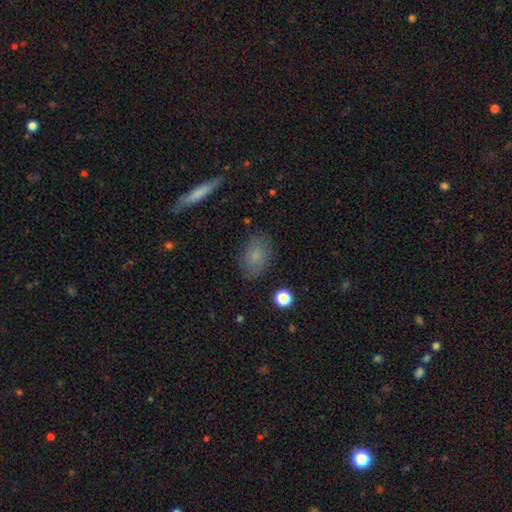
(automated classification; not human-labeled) Smooth or featured? smooth (80%)
How rounded? in between (83%)
Merging? none (84%)